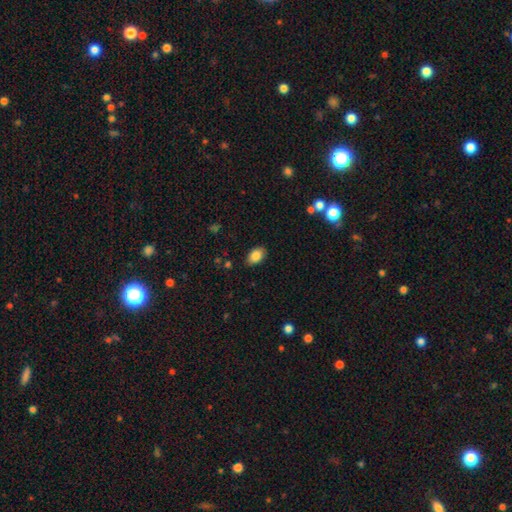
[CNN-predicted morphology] Smooth or featured?
  - smooth: 85% *
  - star or artifact: 8%
  - featured or disk: 7%
How rounded?
  - in between: 88% *
  - round: 11%
  - cigar-shaped: 1%
Merging?
  - none: 85% *
  - minor disturbance: 11%
  - major disturbance: 2%
  - merger: 1%